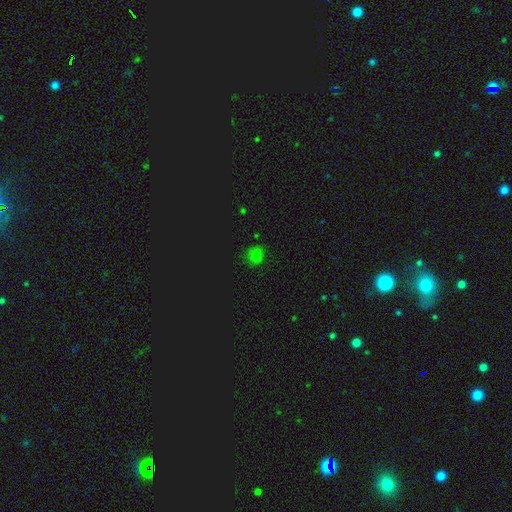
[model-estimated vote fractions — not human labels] smooth 65%, star or artifact 30%, featured or disk 5%. Down the decision tree: how rounded — round (85%); merging — none (81%).